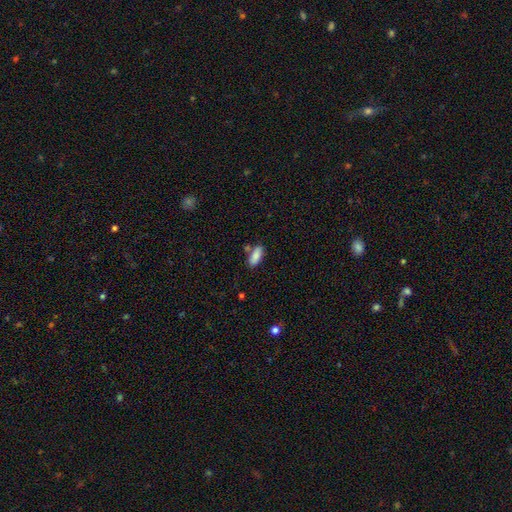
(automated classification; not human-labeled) This is clearly a smooth galaxy (87%). How rounded: likely in between (80%). Merging: likely none (73%).